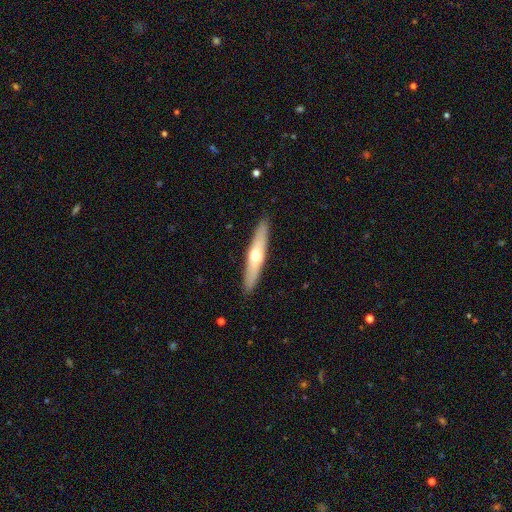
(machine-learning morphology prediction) A featured or disk galaxy (48%).

Vote fractions:
- Smooth or featured? featured or disk: 48% / smooth: 47% / star or artifact: 5%
- Merging? none: 91% / minor disturbance: 7% / major disturbance: 1% / merger: 1%